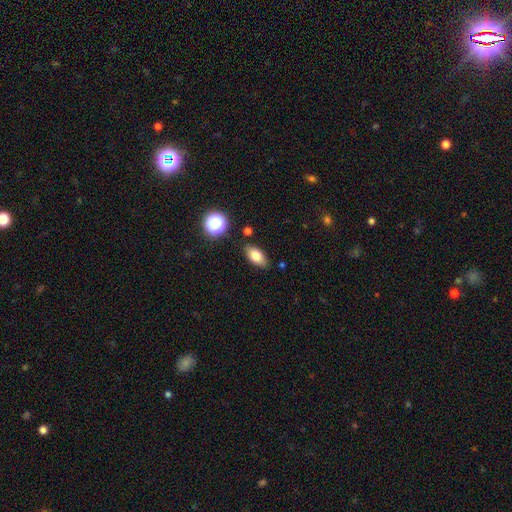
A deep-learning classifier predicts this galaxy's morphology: Overall: smooth (78%). How rounded: in between (87%). Merging: none (84%).